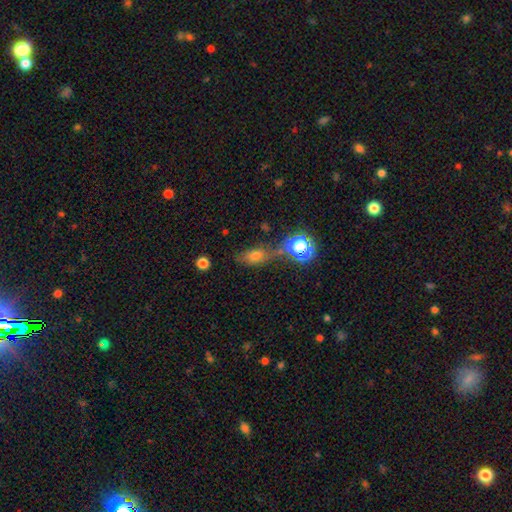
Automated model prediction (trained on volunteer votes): smooth_or_featured: smooth (p=0.64) [alt: star or artifact p=0.21]
how_rounded: in between (p=0.70) [alt: round p=0.20]
merging: none (p=0.57) [alt: minor disturbance p=0.19]